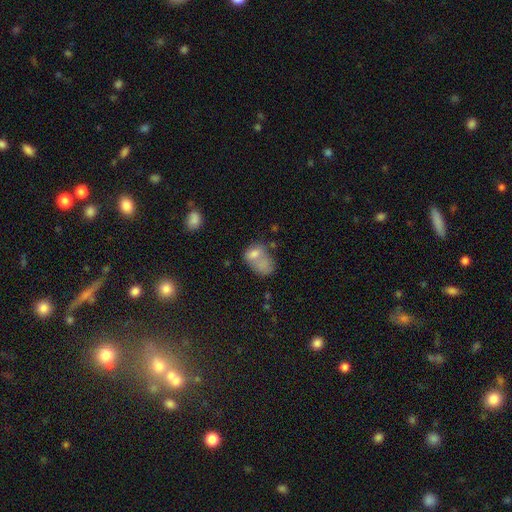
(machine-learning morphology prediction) This is likely a smooth galaxy (68%). How rounded: likely in between (80%). Merging: marginally merger (38%).